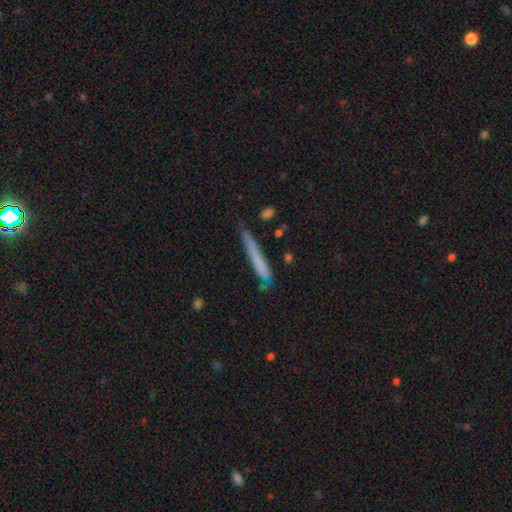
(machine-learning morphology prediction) A smooth galaxy with no disk features (68%) that is cigar-shaped (95%). Merging: none (69%).